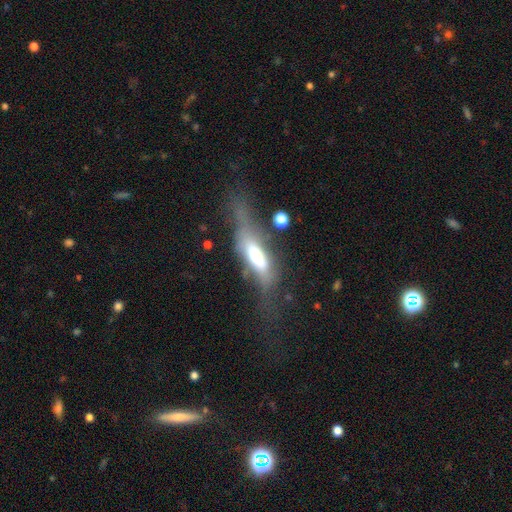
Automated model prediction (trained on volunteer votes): Morphology: type=featured or disk (48%); merging=major disturbance (36%).